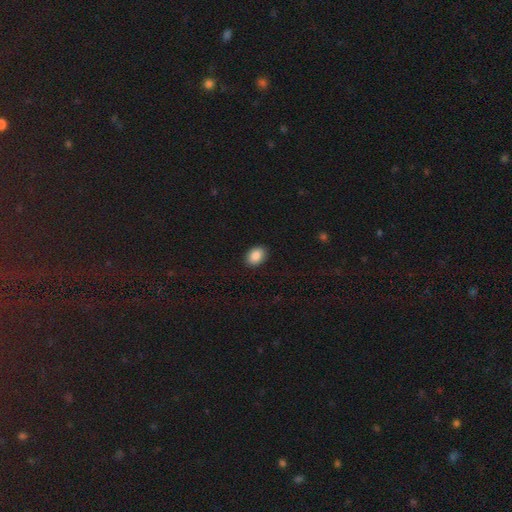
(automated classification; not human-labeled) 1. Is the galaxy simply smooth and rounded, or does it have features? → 87% smooth, 8% star or artifact, 5% featured or disk.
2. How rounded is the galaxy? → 73% in between, 26% round, 1% cigar-shaped.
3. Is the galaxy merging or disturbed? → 90% none, 7% minor disturbance, 2% major disturbance, 1% merger.